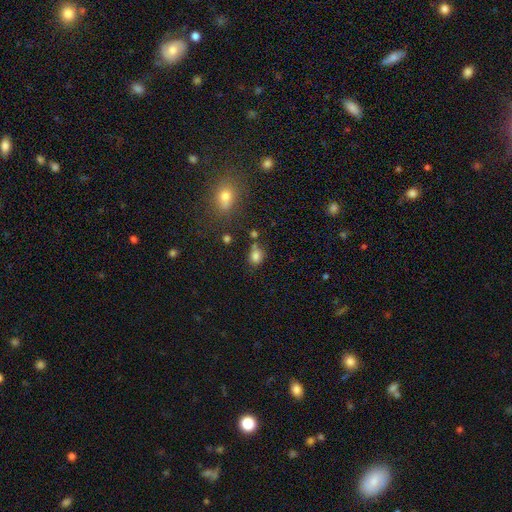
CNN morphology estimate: smooth-or-featured: smooth: 78% | star or artifact: 14% | featured or disk: 8%
  how-rounded: round: 53% | in between: 46% | cigar-shaped: 1%
  merging: none: 59% | minor disturbance: 20% | merger: 15% | major disturbance: 6%